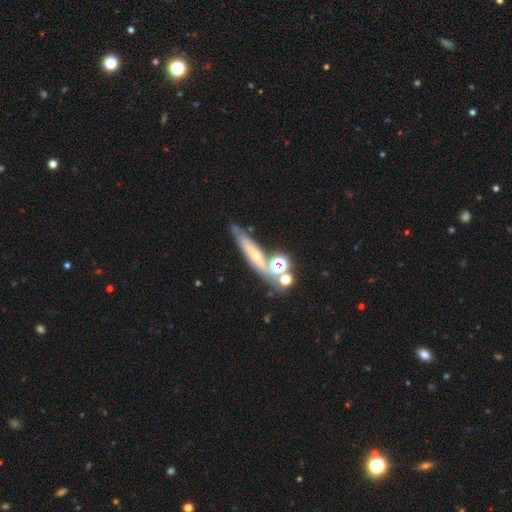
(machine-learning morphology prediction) Smooth or featured? Predicted: featured or disk (p=0.44). Merging? Predicted: none (p=0.60).